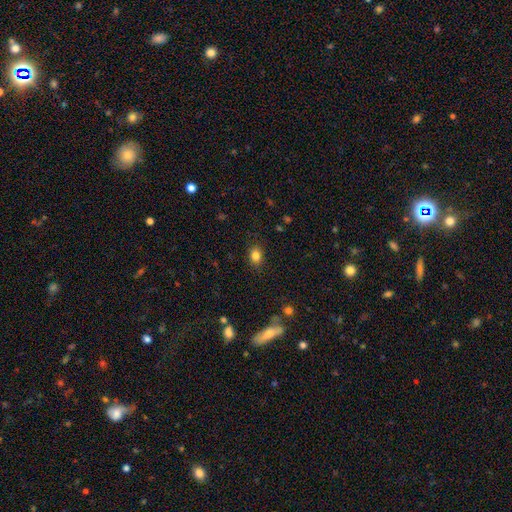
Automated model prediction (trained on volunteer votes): A smooth galaxy with no disk features (83%) that is in between round and cigar-shaped (58%).

Vote fractions:
- Smooth or featured? smooth: 83% / star or artifact: 11% / featured or disk: 6%
- How rounded? in between: 58% / round: 41% / cigar-shaped: 1%
- Merging? none: 85% / minor disturbance: 11% / major disturbance: 3% / merger: 1%